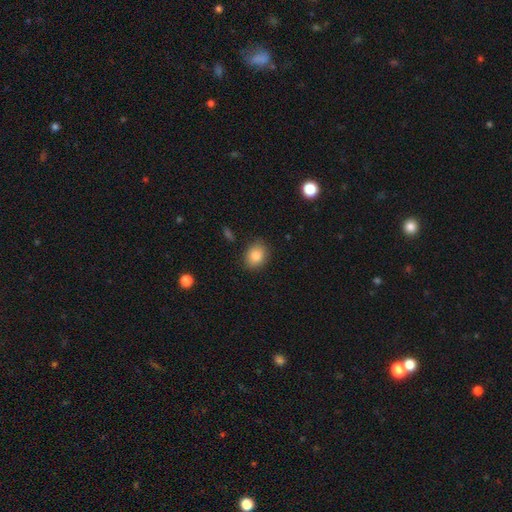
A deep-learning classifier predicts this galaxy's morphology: Smooth or featured?
  - smooth: 85% *
  - star or artifact: 9%
  - featured or disk: 6%
How rounded?
  - in between: 54% *
  - round: 45%
  - cigar-shaped: 1%
Merging?
  - none: 86% *
  - minor disturbance: 10%
  - major disturbance: 3%
  - merger: 1%